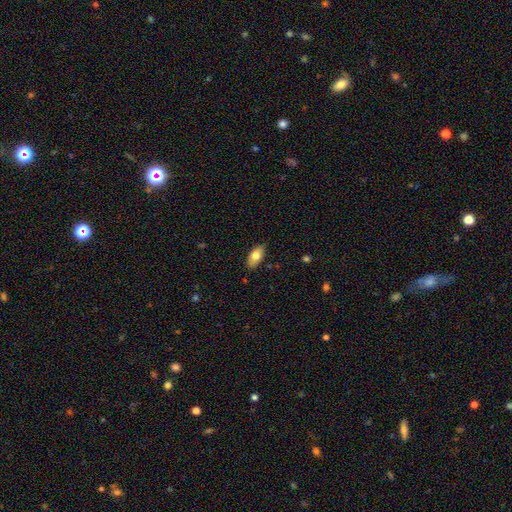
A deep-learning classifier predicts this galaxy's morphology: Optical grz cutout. It shows a smooth galaxy with no disk features (76%) that is in between round and cigar-shaped (90%). Merging: none (83%).